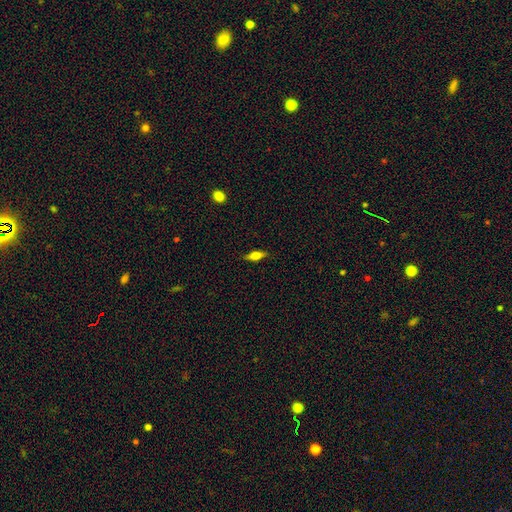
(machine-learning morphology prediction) Overall: smooth (55%; featured or disk 38%). How rounded: in between (57%; cigar-shaped 39%). Merging: none (85%).